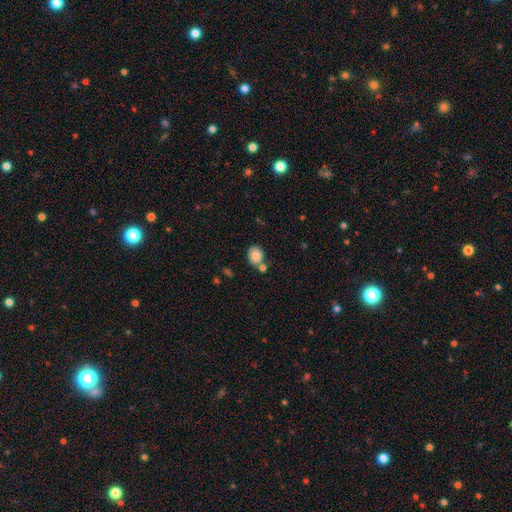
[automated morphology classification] A smooth galaxy with no disk features (84%) that is round (58%). Merging: none (66%).